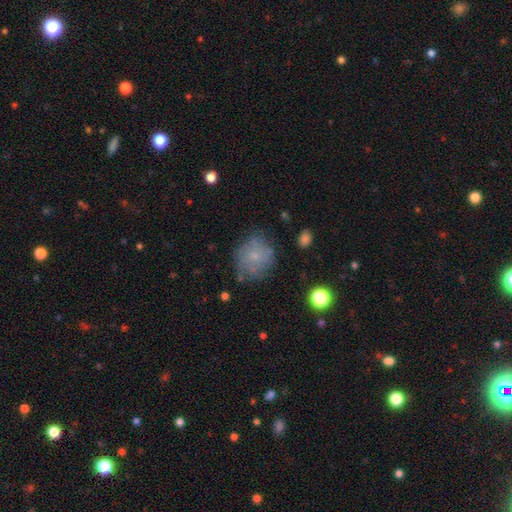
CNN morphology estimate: Q: Smooth or featured?
A: smooth (53%); runner-up: featured or disk (36%)
Q: How rounded?
A: round (78%); runner-up: in between (21%)
Q: Merging?
A: none (64%); runner-up: minor disturbance (23%)